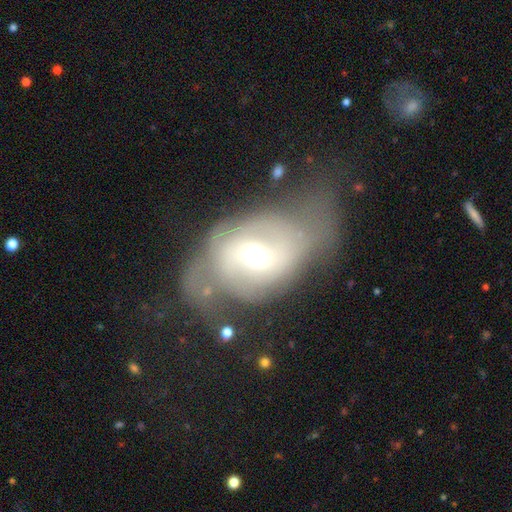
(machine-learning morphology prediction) The model was most divided on "merging": major disturbance: 44%, none: 28%, minor disturbance: 22%, merger: 7%. More confident: edge-on disk — no (93%); bulge size — moderate (64%); smooth or featured — featured or disk (59%); spiral arms — yes (59%); bar — no (55%).